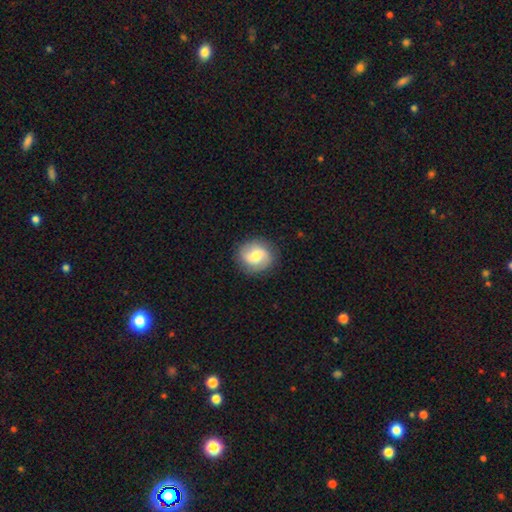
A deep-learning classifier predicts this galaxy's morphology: The model was most divided on "smooth or featured": smooth: 48%, featured or disk: 45%, star or artifact: 8%. More confident: merging — none (85%).